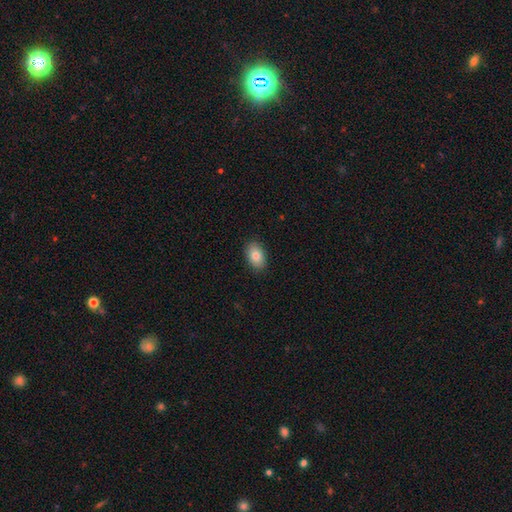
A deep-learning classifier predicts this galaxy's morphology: smooth-or-featured: smooth: 83% | featured or disk: 10% | star or artifact: 8%
  how-rounded: in between: 89% | round: 9% | cigar-shaped: 1%
  merging: none: 89% | minor disturbance: 8% | major disturbance: 2% | merger: 1%